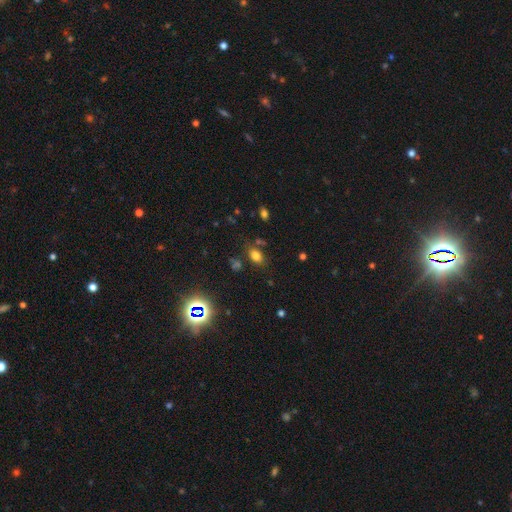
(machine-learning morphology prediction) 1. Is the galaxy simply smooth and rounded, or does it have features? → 73% smooth, 20% star or artifact, 7% featured or disk.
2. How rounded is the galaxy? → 79% in between, 20% round, 2% cigar-shaped.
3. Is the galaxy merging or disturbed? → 77% none, 13% minor disturbance, 6% merger, 5% major disturbance.